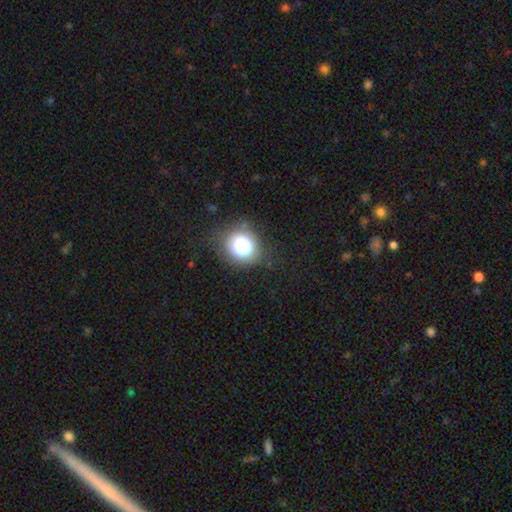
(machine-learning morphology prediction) Smooth or featured?
  - smooth: 80% *
  - star or artifact: 12%
  - featured or disk: 8%
How rounded?
  - round: 79% *
  - in between: 20%
  - cigar-shaped: 1%
Merging?
  - none: 78% *
  - minor disturbance: 16%
  - major disturbance: 5%
  - merger: 1%